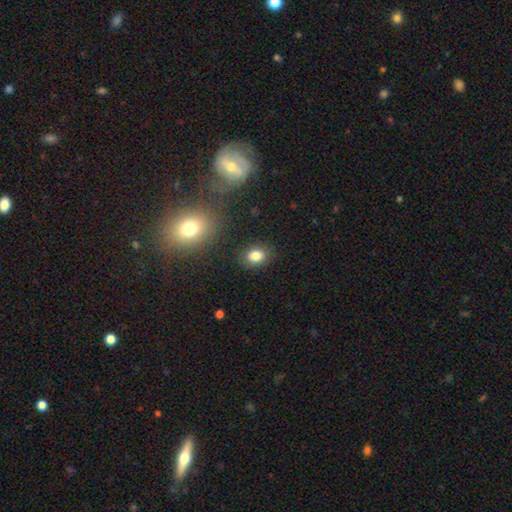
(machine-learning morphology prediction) smooth_or_featured: smooth (p=0.83) [alt: star or artifact p=0.11]
how_rounded: in between (p=0.61) [alt: round p=0.38]
merging: none (p=0.84) [alt: minor disturbance p=0.11]